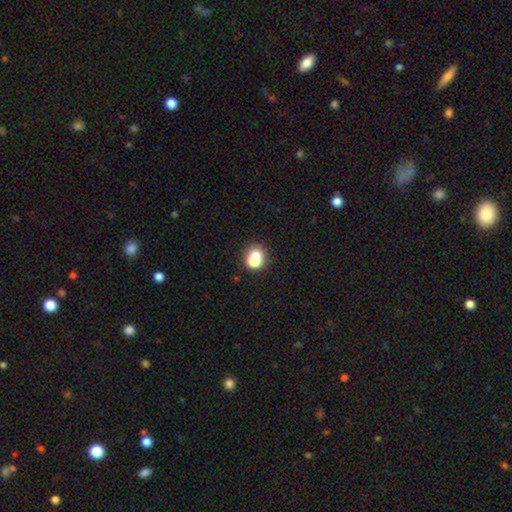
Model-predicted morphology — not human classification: A smooth galaxy with no disk features (71%) that is round (70%). Merging: none (47%).